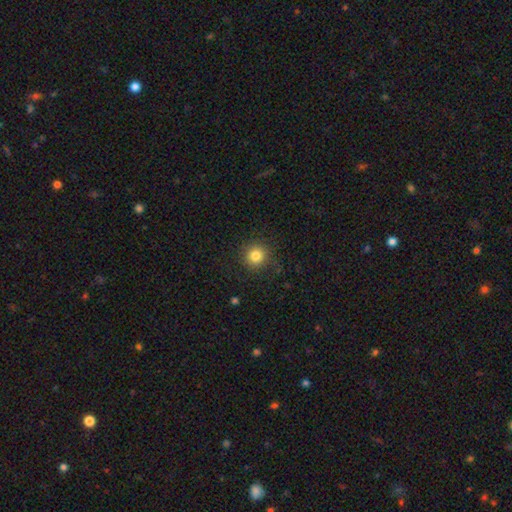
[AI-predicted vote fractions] Overall: smooth (82%). How rounded: round (93%). Merging: none (88%).